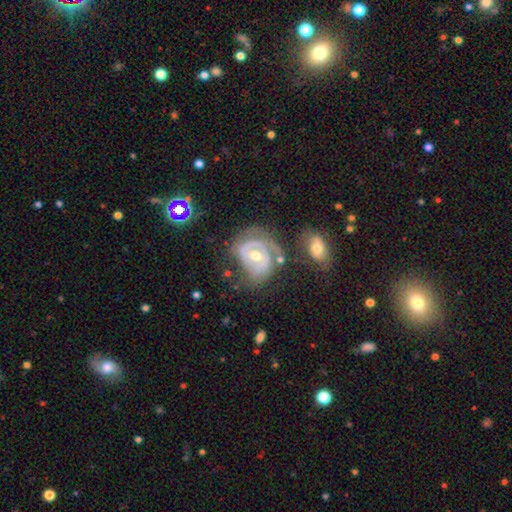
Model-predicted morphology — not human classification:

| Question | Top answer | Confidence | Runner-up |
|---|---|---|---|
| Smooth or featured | featured or disk | 78% | smooth (15%) |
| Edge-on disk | no | 97% | yes (3%) |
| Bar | no | 61% | weak (29%) |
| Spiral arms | yes | 75% | no (25%) |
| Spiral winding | tight | 61% | medium (28%) |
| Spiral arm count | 2 | 38% | can't tell (28%) |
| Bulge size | moderate | 69% | small (26%) |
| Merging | none | 46% | minor disturbance (24%) |